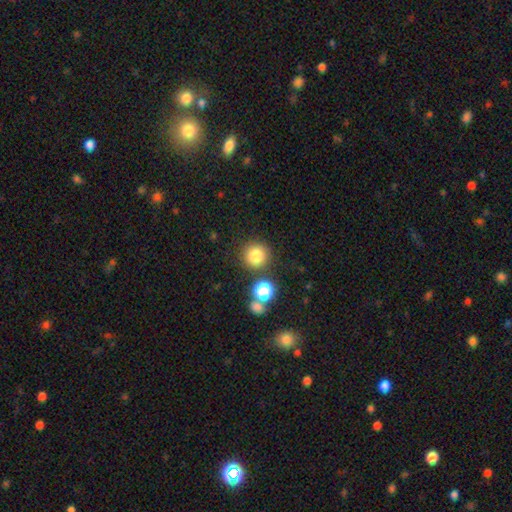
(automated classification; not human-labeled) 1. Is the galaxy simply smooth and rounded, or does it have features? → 81% smooth, 14% star or artifact, 6% featured or disk.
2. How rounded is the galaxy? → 93% round, 6% in between, 1% cigar-shaped.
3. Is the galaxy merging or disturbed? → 82% none, 8% minor disturbance, 7% merger, 3% major disturbance.